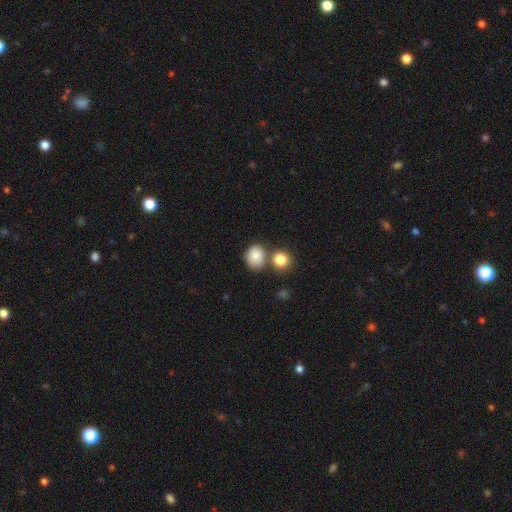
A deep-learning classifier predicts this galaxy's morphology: Smooth or featured? Predicted: smooth (p=0.85). How rounded? Predicted: round (p=0.65). Merging? Predicted: none (p=0.57).